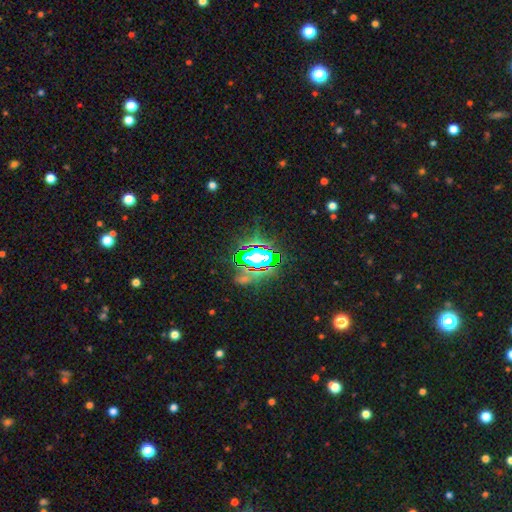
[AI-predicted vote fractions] Smooth or featured: star or artifact — 66% (smooth — 18%)